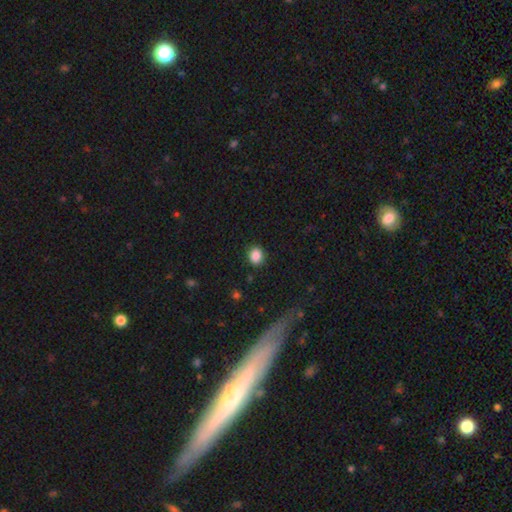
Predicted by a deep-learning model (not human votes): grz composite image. It shows a smooth galaxy with no disk features (88%) that is round (59%). Merging: none (87%).